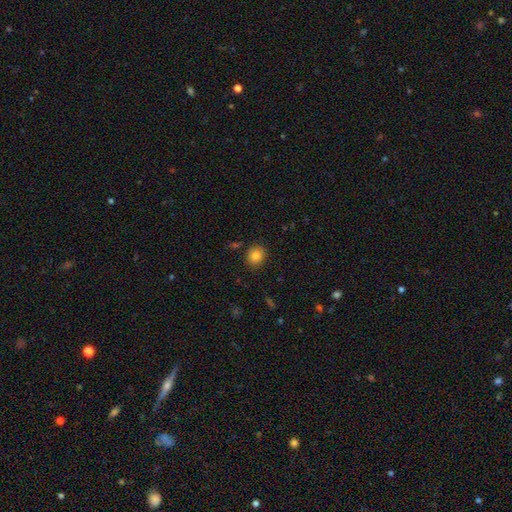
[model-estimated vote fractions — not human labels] smooth_or_featured: smooth (p=0.84) [alt: star or artifact p=0.10]
how_rounded: round (p=0.72) [alt: in between p=0.27]
merging: none (p=0.87) [alt: minor disturbance p=0.08]